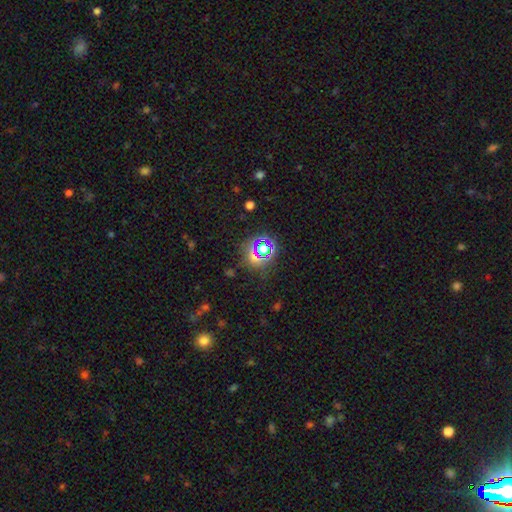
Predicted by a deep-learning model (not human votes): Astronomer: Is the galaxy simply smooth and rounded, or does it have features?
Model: star or artifact — 65%.